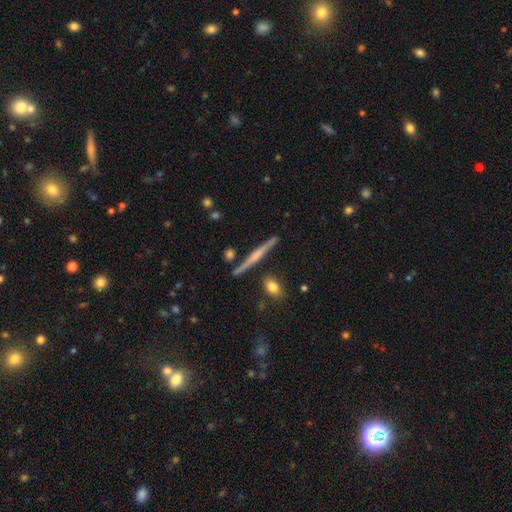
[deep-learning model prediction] Smooth or featured? Predicted: featured or disk (p=0.72). Edge-on disk? Predicted: yes (p=0.98). Edge-on bulge? Predicted: rounded (p=0.61). Merging? Predicted: none (p=0.88).